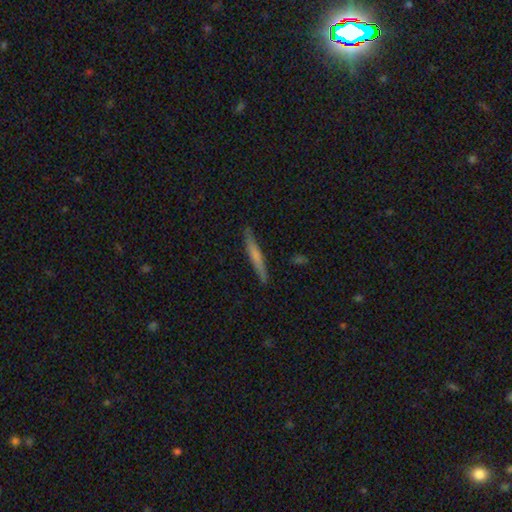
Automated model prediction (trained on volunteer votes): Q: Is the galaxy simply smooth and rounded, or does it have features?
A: smooth — 55%.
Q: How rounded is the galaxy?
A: cigar-shaped — 95%.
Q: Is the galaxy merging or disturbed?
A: none — 87%.